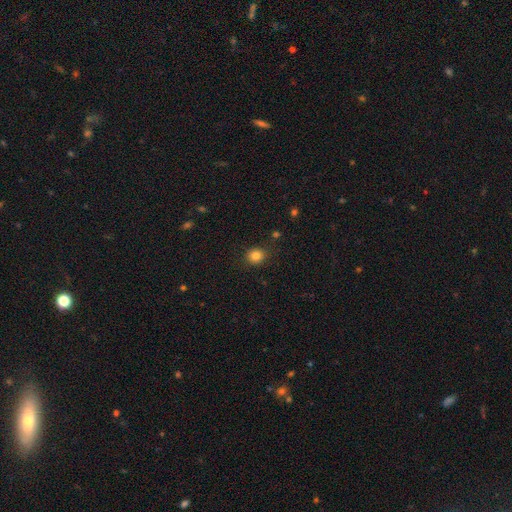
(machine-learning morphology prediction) A smooth galaxy with no disk features (83%) that is round (77%). Merging: none (87%).